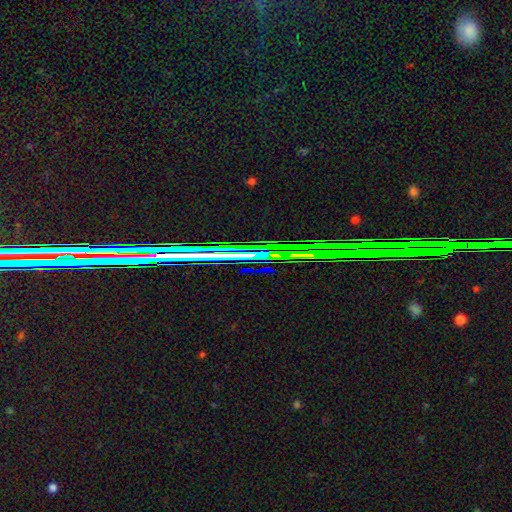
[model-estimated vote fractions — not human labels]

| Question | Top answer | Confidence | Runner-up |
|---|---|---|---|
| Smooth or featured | star or artifact | 82% | featured or disk (11%) |